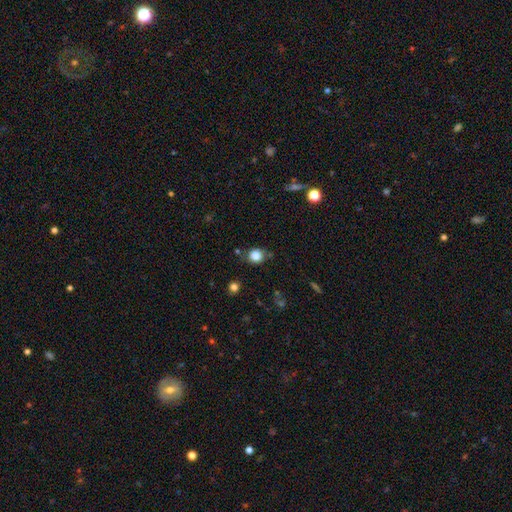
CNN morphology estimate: smooth-or-featured: smooth: 82% | star or artifact: 11% | featured or disk: 6%
  how-rounded: round: 76% | in between: 23% | cigar-shaped: 1%
  merging: none: 75% | minor disturbance: 16% | merger: 5% | major disturbance: 4%